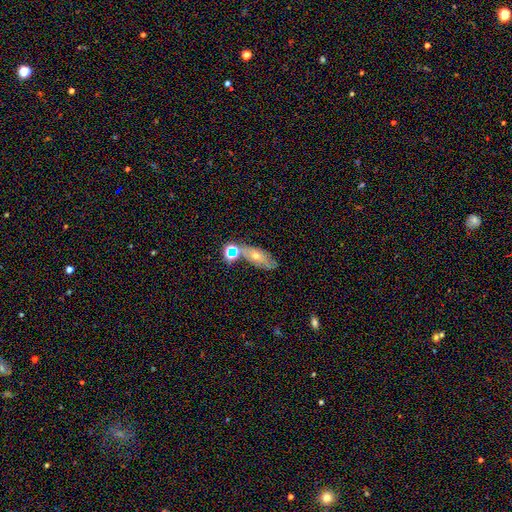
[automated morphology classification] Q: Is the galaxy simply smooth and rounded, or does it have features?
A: featured or disk — 50%.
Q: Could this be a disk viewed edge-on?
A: no — 77%.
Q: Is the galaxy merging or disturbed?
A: none — 53%.